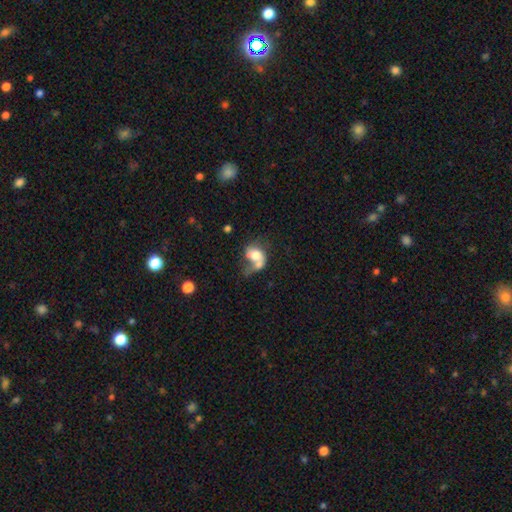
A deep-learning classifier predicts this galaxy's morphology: smooth_or_featured: smooth (p=0.50) [alt: featured or disk p=0.41]
how_rounded: in between (p=0.58) [alt: round p=0.41]
merging: merger (p=0.45) [alt: major disturbance p=0.24]